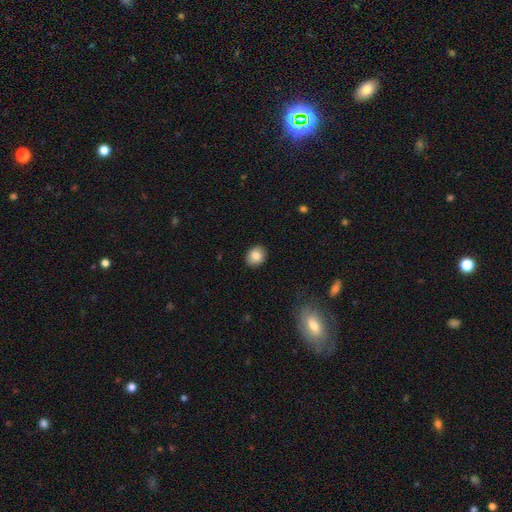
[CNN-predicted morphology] type=smooth (83%); roundness=round (54%); merging=none (90%).